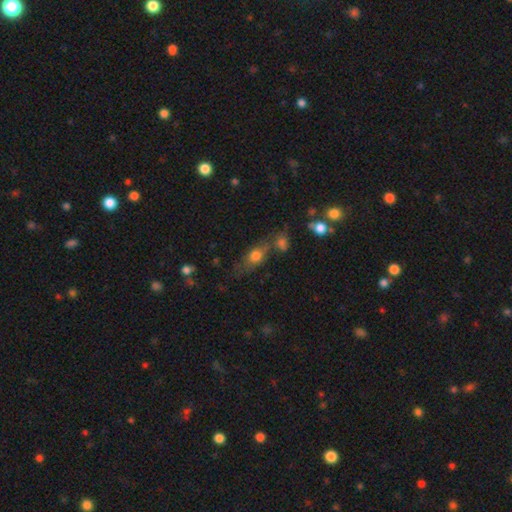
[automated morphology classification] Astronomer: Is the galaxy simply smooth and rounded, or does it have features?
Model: smooth — 71%.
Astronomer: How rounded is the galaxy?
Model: in between — 67%.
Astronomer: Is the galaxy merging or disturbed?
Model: none — 47% (runner-up: merger, 25%).